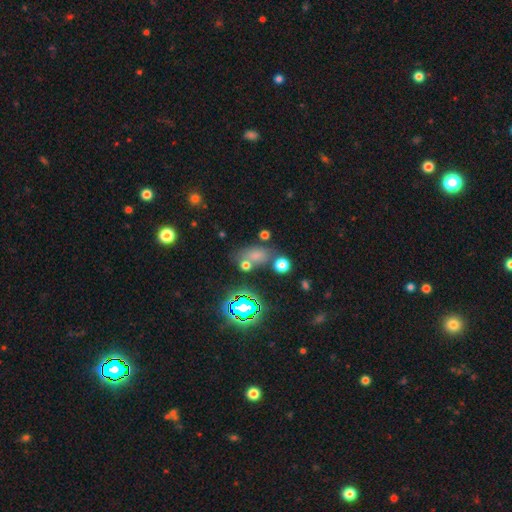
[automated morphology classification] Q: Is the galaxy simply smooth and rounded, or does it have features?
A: smooth — 61%.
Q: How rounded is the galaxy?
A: in between — 75%.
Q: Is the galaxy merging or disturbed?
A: none — 56%.